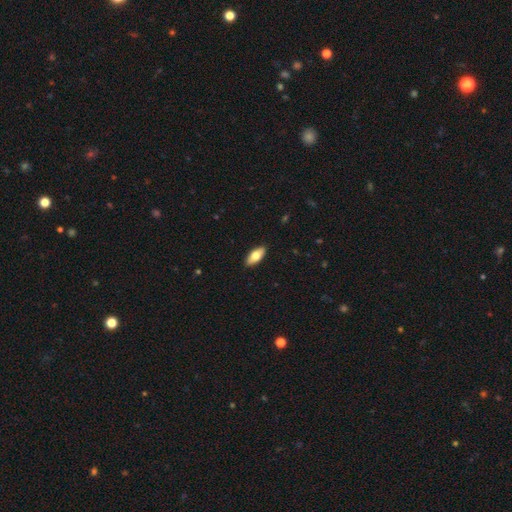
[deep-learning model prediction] smooth 71%, featured or disk 23%, star or artifact 6%. Down the decision tree: how rounded — in between (82%); merging — none (90%).